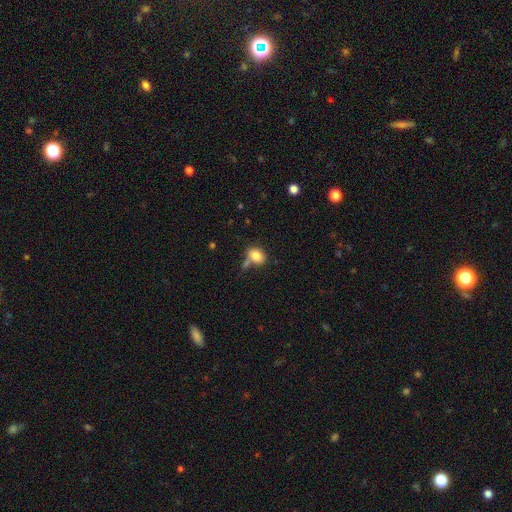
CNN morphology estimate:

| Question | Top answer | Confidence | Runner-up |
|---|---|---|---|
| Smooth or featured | smooth | 82% | star or artifact (9%) |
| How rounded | in between | 75% | round (24%) |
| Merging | none | 50% | merger (22%) |